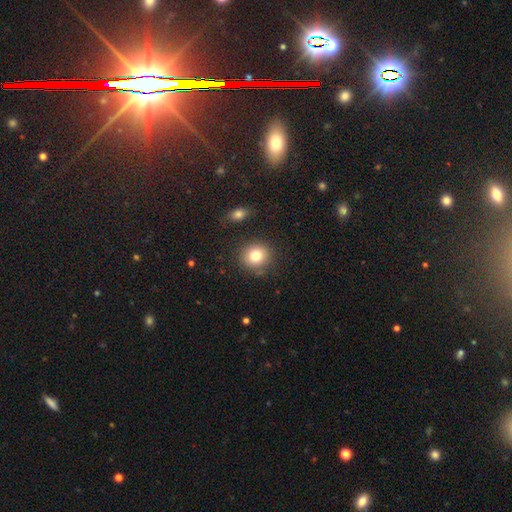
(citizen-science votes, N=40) This is clearly a smooth galaxy (88%). How rounded: clearly round (83%). Merging: clearly none (87%).